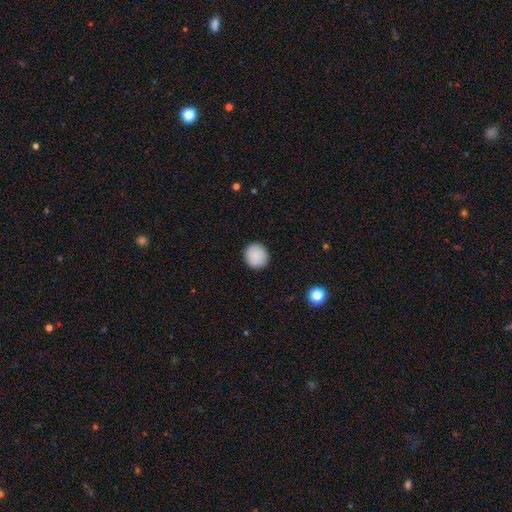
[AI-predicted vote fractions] Morphology: type=smooth (89%); roundness=round (92%); merging=none (92%).